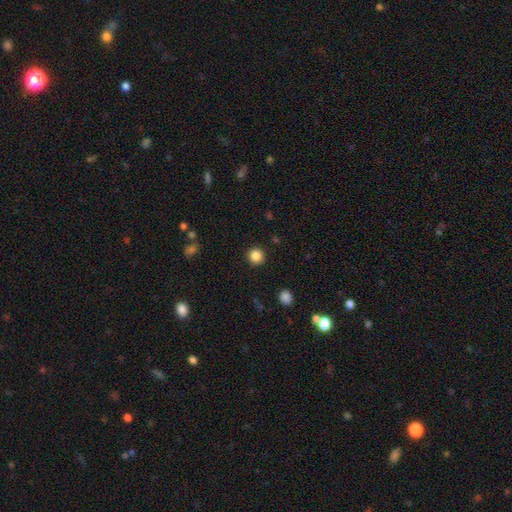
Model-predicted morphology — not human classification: smooth 85%, star or artifact 11%, featured or disk 4%. Down the decision tree: how rounded — round (94%); merging — none (92%).